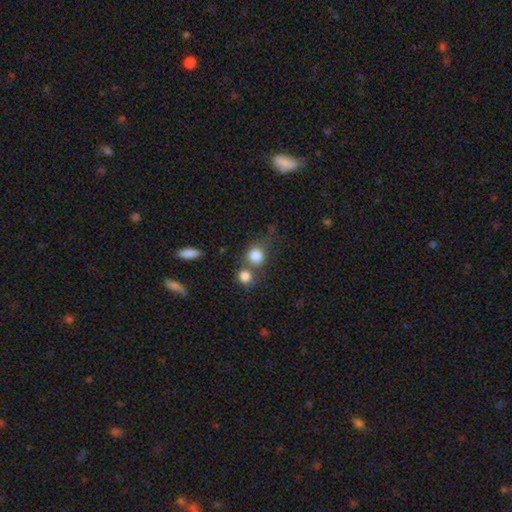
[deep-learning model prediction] Smooth or featured? Predicted: smooth (p=0.82). How rounded? Predicted: round (p=0.79). Merging? Predicted: none (p=0.48).